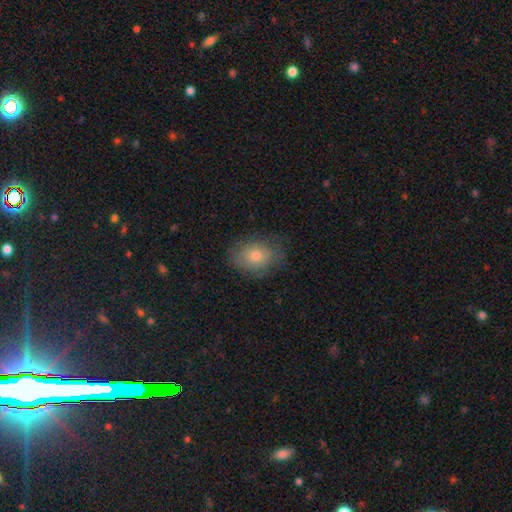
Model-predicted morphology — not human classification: A smooth galaxy with no disk features (71%) that is in between round and cigar-shaped (61%).

Vote fractions:
- Smooth or featured? smooth: 71% / featured or disk: 19% / star or artifact: 10%
- How rounded? in between: 61% / round: 38% / cigar-shaped: 1%
- Merging? none: 73% / minor disturbance: 20% / major disturbance: 7% / merger: 1%